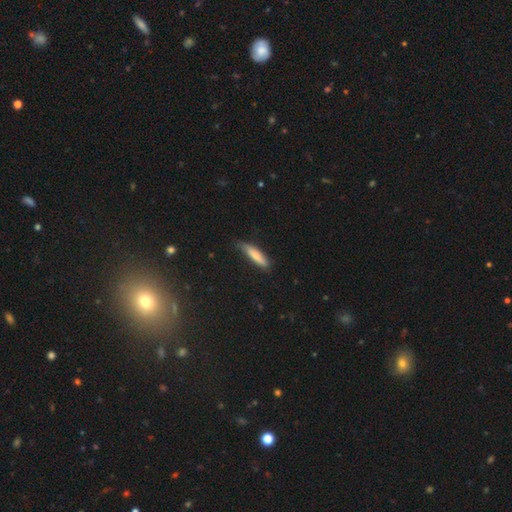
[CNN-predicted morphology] Smooth or featured? Predicted: smooth (p=0.80). How rounded? Predicted: cigar-shaped (p=0.79). Merging? Predicted: none (p=0.65).